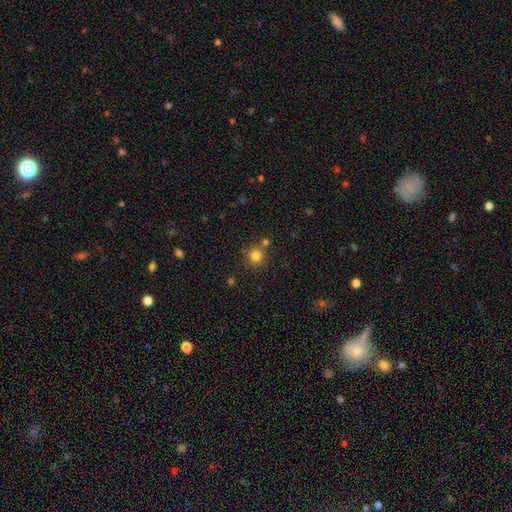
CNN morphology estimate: type=smooth (80%); roundness=round (90%); merging=none (77%).